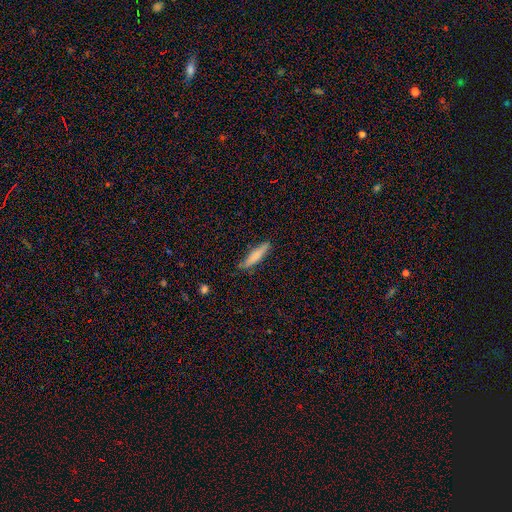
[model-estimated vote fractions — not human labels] smooth-or-featured: smooth: 77% | featured or disk: 17% | star or artifact: 6%
  how-rounded: cigar-shaped: 86% | in between: 13% | round: 1%
  merging: none: 84% | minor disturbance: 12% | major disturbance: 2% | merger: 2%